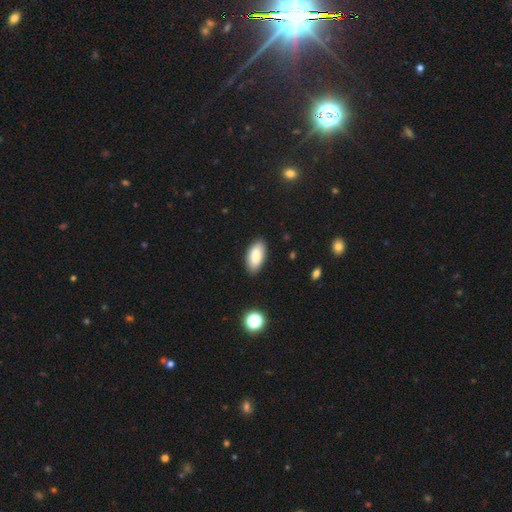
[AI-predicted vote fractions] A smooth galaxy with no disk features (85%) that is in between round and cigar-shaped (92%). Merging: none (87%).